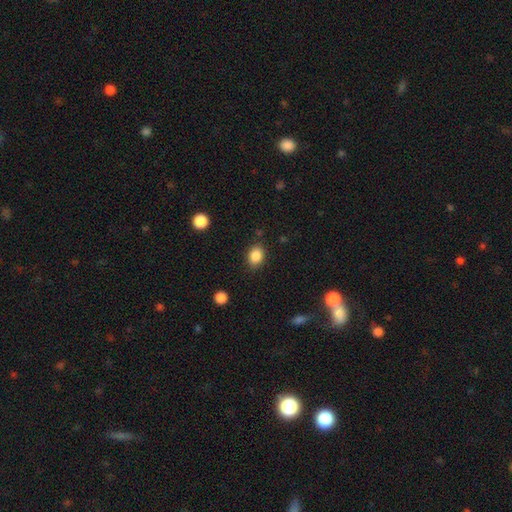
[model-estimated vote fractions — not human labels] Smooth or featured? smooth (86%)
How rounded? in between (64%)
Merging? none (85%)